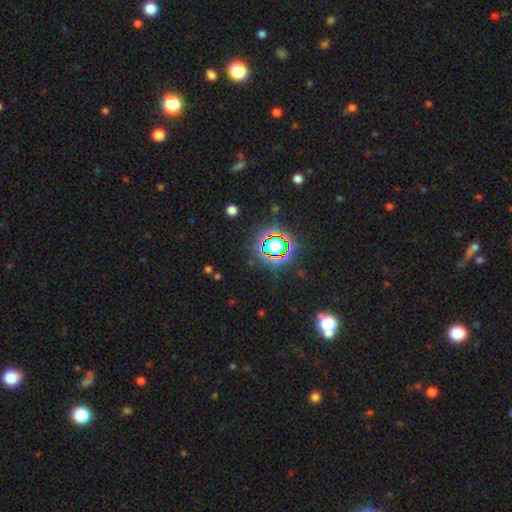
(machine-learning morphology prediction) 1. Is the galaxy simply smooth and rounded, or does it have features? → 80% star or artifact, 12% smooth, 7% featured or disk.